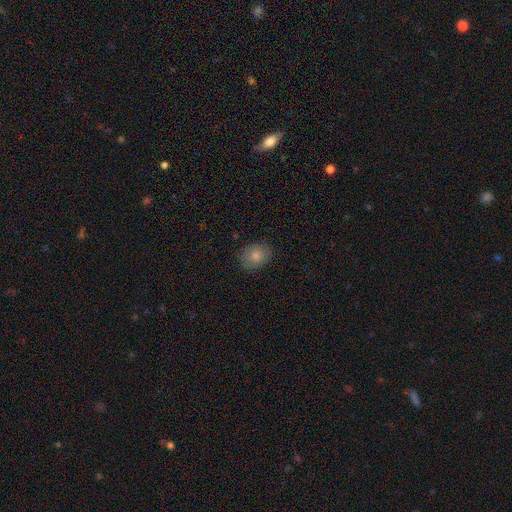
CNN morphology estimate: smooth-or-featured: smooth: 81% | featured or disk: 10% | star or artifact: 9%
  how-rounded: in between: 50% | round: 49% | cigar-shaped: 1%
  merging: none: 84% | minor disturbance: 13% | major disturbance: 3% | merger: 1%